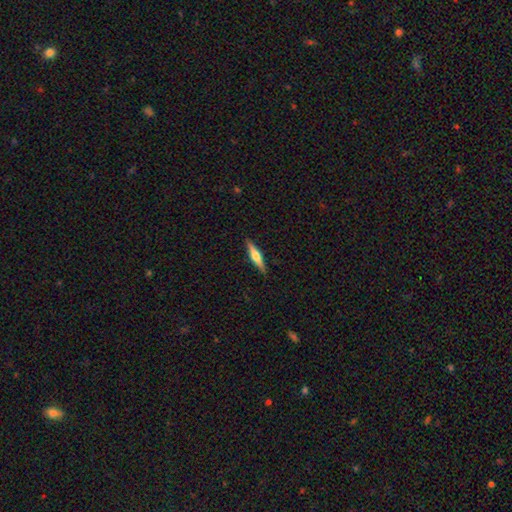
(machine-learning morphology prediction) Smooth or featured? Predicted: featured or disk (p=0.56). Edge-on disk? Predicted: yes (p=0.96). Edge-on bulge? Predicted: rounded (p=0.88). Merging? Predicted: none (p=0.90).